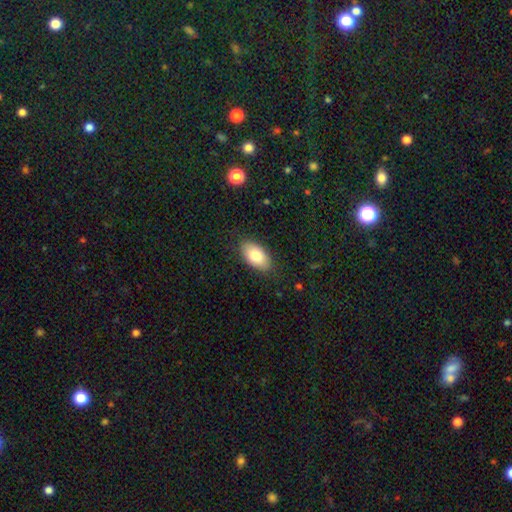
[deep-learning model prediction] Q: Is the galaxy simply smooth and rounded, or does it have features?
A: smooth — 79%.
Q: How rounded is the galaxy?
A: in between — 94%.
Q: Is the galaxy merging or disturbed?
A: none — 85%.